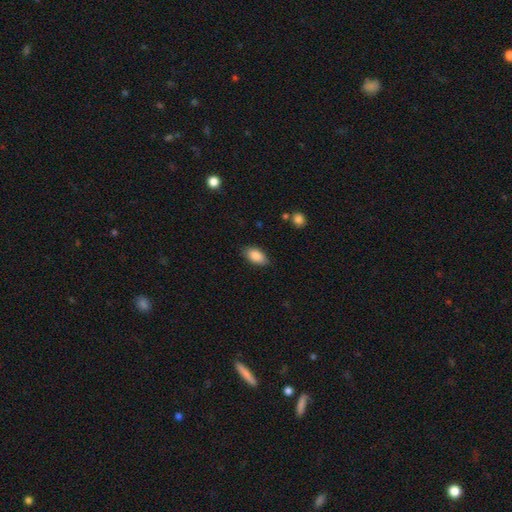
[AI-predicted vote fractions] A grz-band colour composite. It shows a smooth galaxy with no disk features (88%) that is in between round and cigar-shaped (93%). Merging: none (83%).